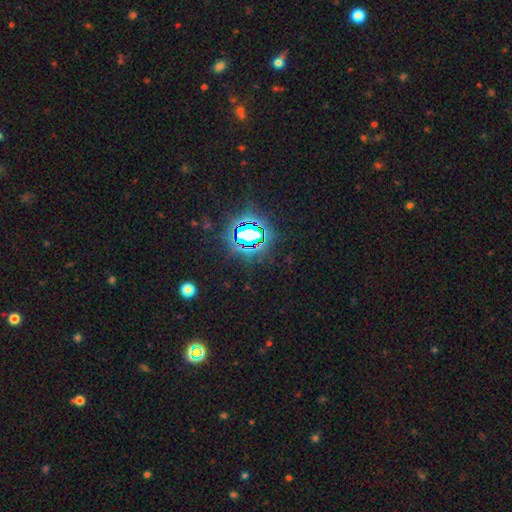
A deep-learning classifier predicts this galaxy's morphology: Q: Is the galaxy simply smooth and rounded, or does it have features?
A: star or artifact — 83%.